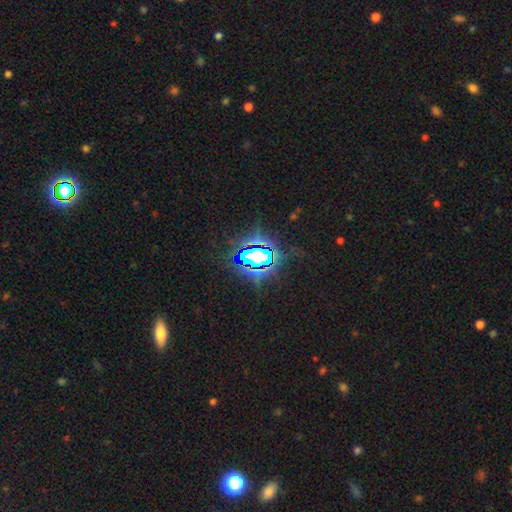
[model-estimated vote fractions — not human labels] Smooth or featured? Predicted: star or artifact (p=0.73).